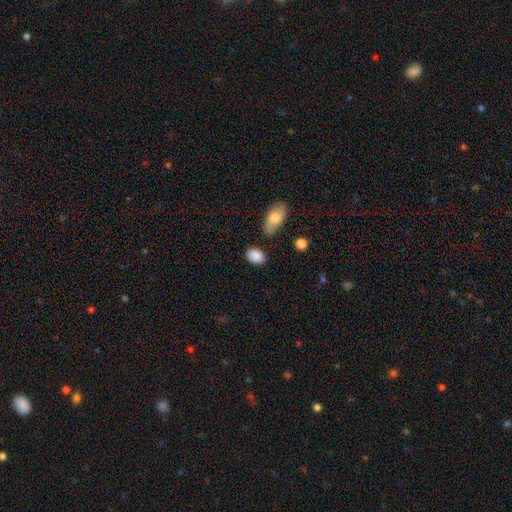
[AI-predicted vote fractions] The model was most divided on "how rounded": in between: 80%, round: 18%, cigar-shaped: 1%. More confident: smooth or featured — smooth (87%); merging — none (79%).